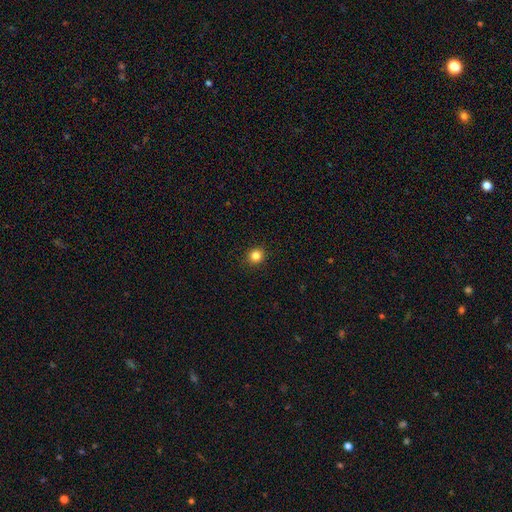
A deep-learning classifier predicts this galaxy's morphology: smooth_or_featured: smooth (p=0.84) [alt: star or artifact p=0.12]
how_rounded: round (p=0.89) [alt: in between p=0.10]
merging: none (p=0.92) [alt: minor disturbance p=0.05]